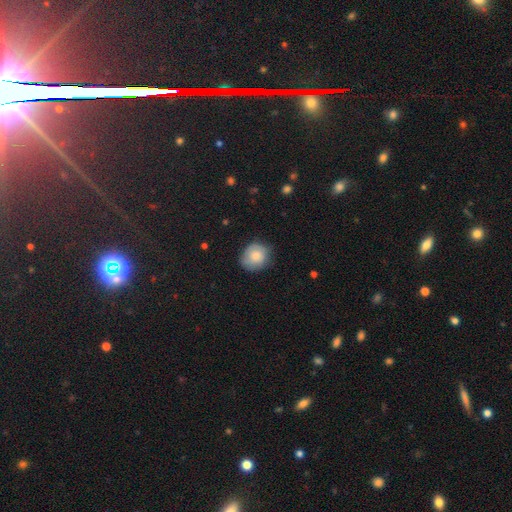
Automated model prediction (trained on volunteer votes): Smooth or featured: smooth — 77% (featured or disk — 16%)
How rounded: round — 70% (in between — 29%)
Merging: none — 70% (minor disturbance — 24%)